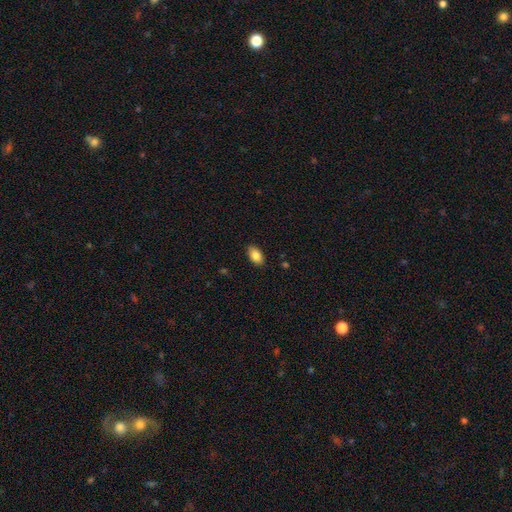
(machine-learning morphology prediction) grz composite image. It shows a smooth galaxy with no disk features (86%) that is in between round and cigar-shaped (91%). Merging: none (88%).